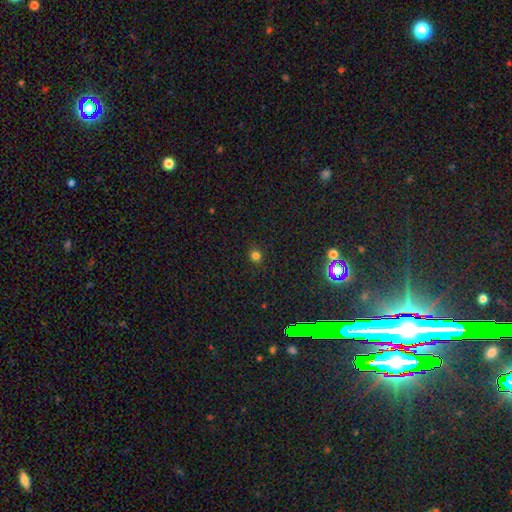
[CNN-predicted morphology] type=smooth (77%); roundness=round (85%); merging=none (90%).